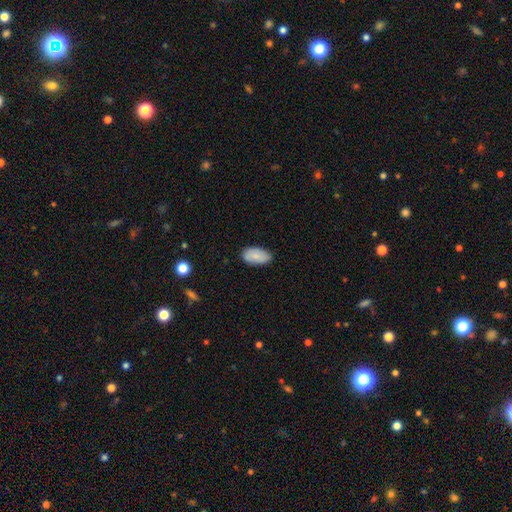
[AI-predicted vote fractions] smooth 83%, featured or disk 11%, star or artifact 6%. Down the decision tree: how rounded — in between (95%); merging — none (80%).